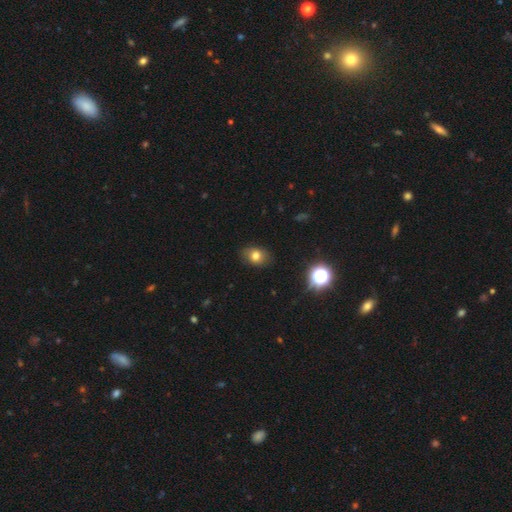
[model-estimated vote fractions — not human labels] This is likely a smooth galaxy (76%). How rounded: likely in between (60%). Merging: clearly none (82%).